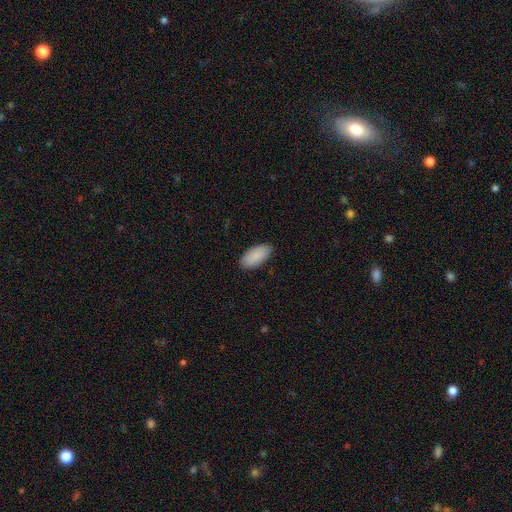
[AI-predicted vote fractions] Smooth or featured? Predicted: smooth (p=0.90). How rounded? Predicted: in between (p=0.94). Merging? Predicted: none (p=0.88).